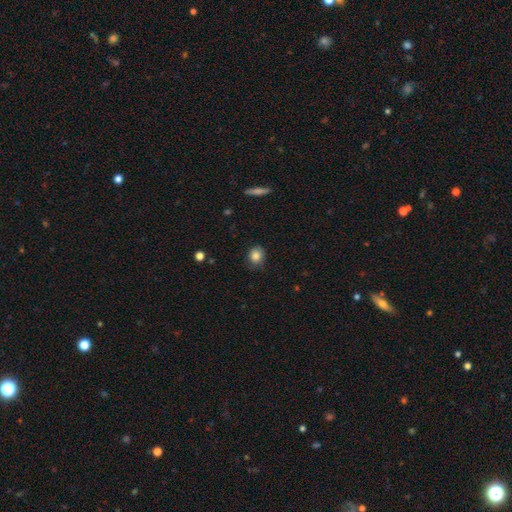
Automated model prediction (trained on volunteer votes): This appears to be a smooth galaxy with no disk features (85%) that is round (71%). Merging: none (81%).